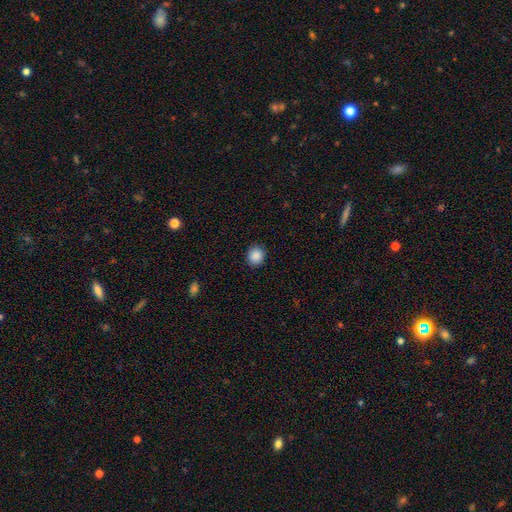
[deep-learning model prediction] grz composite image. It shows a smooth galaxy with no disk features (88%) that is round (82%). Merging: none (90%).